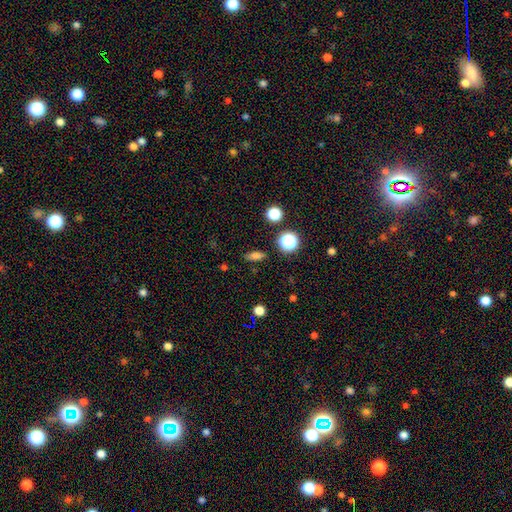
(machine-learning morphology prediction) The model was most divided on "how rounded": in between: 63%, cigar-shaped: 22%, round: 15%. More confident: merging — none (86%); smooth or featured — smooth (73%).